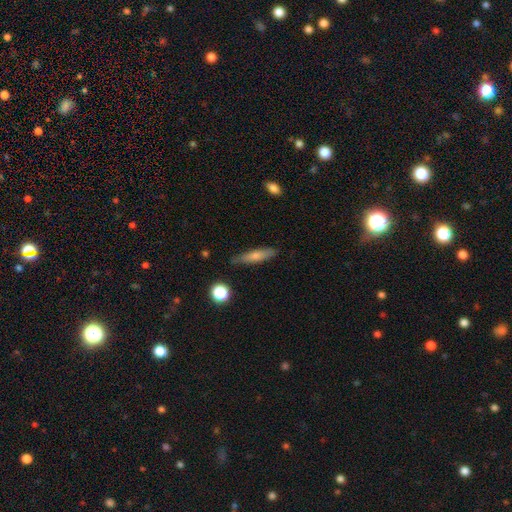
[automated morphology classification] This is likely a smooth galaxy (67%). How rounded: likely cigar-shaped (75%). Merging: likely none (78%).